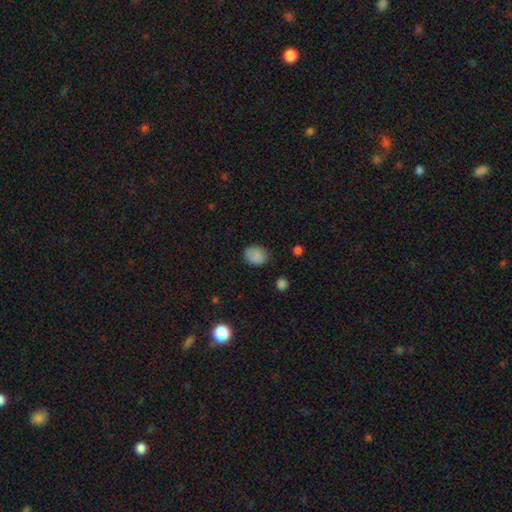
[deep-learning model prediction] smooth_or_featured: smooth (p=0.85) [alt: star or artifact p=0.10]
how_rounded: in between (p=0.50) [alt: round p=0.49]
merging: none (p=0.78) [alt: minor disturbance p=0.17]